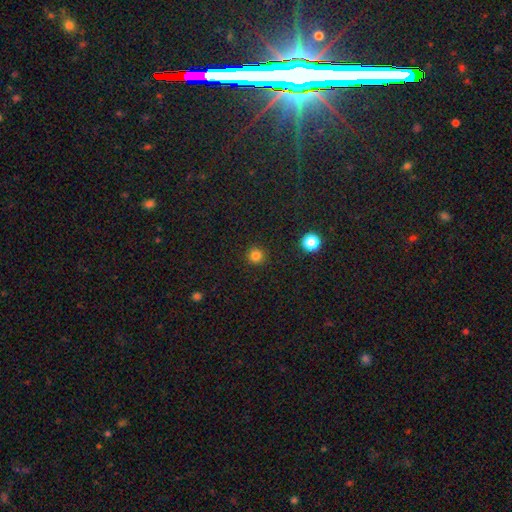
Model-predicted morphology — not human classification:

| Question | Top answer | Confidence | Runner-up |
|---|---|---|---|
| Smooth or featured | smooth | 82% | star or artifact (14%) |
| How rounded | round | 95% | in between (4%) |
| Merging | none | 92% | minor disturbance (5%) |